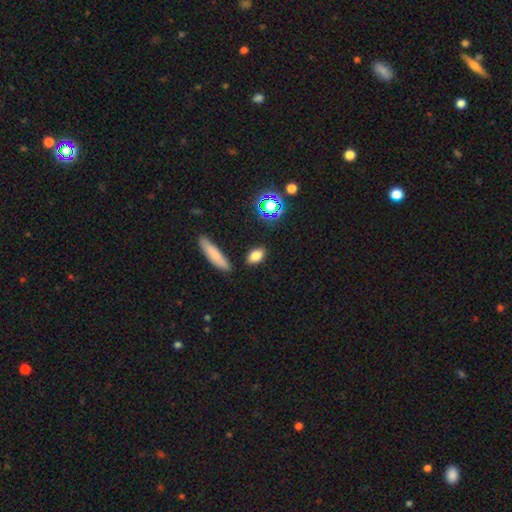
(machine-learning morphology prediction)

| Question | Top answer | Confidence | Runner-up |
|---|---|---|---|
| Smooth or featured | smooth | 79% | star or artifact (12%) |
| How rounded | in between | 82% | round (10%) |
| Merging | none | 85% | minor disturbance (9%) |